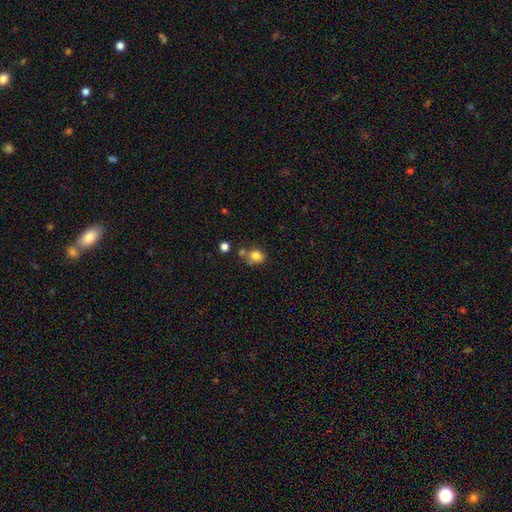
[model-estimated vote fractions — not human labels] This appears to be a smooth galaxy with no disk features (80%) that is round (67%). Merging: none (57%).